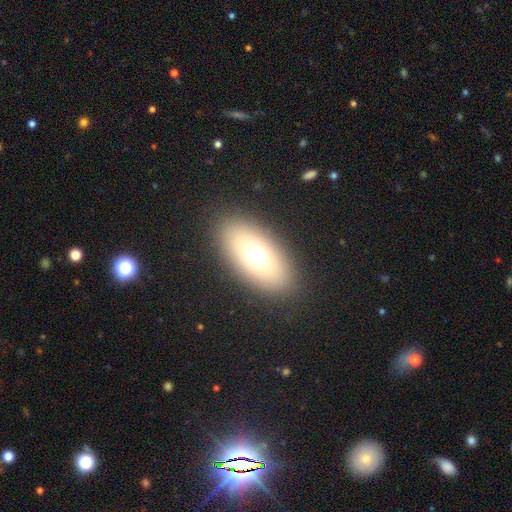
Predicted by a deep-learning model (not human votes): smooth_or_featured: smooth (p=0.63) [alt: featured or disk p=0.23]
how_rounded: in between (p=0.85) [alt: round p=0.11]
merging: none (p=0.86) [alt: minor disturbance p=0.08]